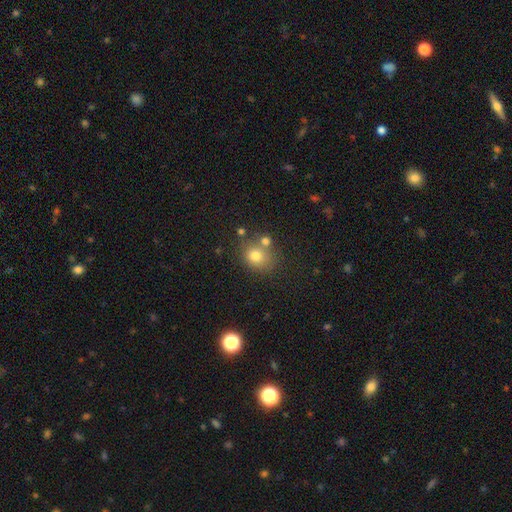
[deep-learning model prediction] Morphology: type=smooth (77%); roundness=round (68%); merging=none (60%).